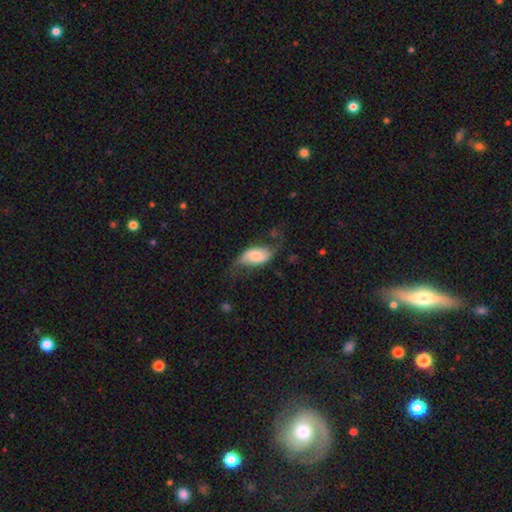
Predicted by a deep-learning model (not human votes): Smooth or featured? Predicted: featured or disk (p=0.50). Merging? Predicted: none (p=0.51).